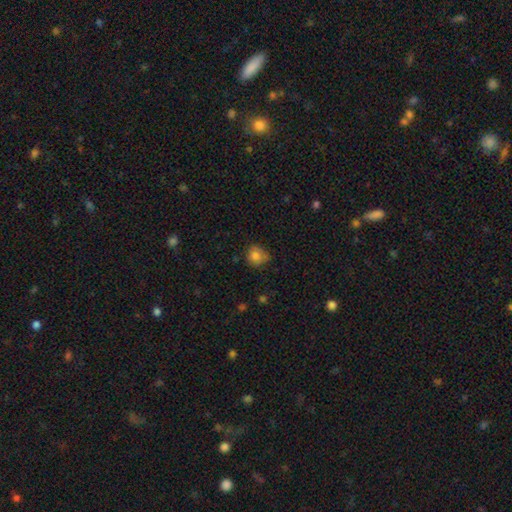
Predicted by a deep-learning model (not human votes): Smooth or featured?
  - smooth: 82% *
  - star or artifact: 11%
  - featured or disk: 7%
How rounded?
  - round: 80% *
  - in between: 19%
  - cigar-shaped: 1%
Merging?
  - none: 65% *
  - minor disturbance: 27%
  - major disturbance: 6%
  - merger: 2%